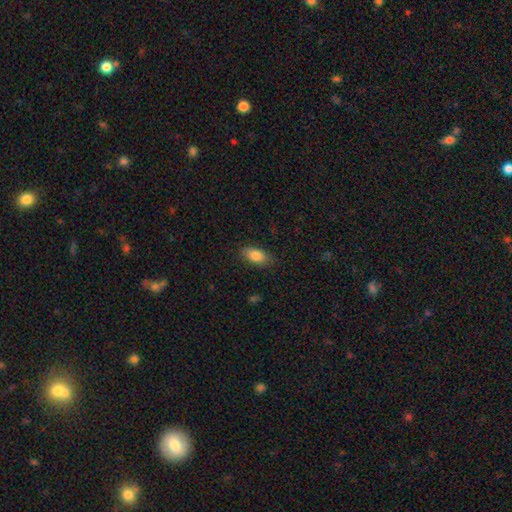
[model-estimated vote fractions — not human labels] Smooth or featured? smooth (83%)
How rounded? in between (90%)
Merging? none (83%)